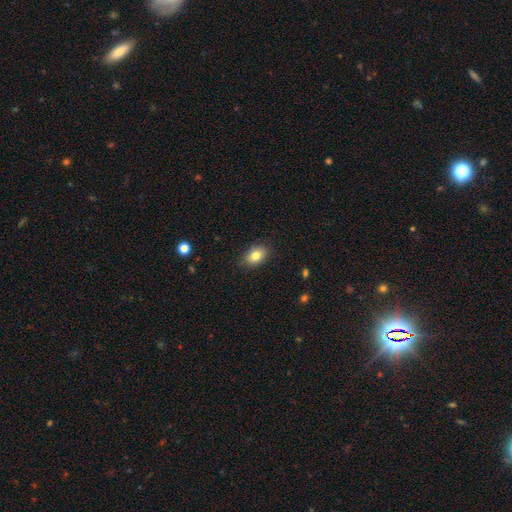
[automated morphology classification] smooth_or_featured: smooth (p=0.81) [alt: featured or disk p=0.10]
how_rounded: in between (p=0.80) [alt: round p=0.19]
merging: none (p=0.86) [alt: minor disturbance p=0.10]